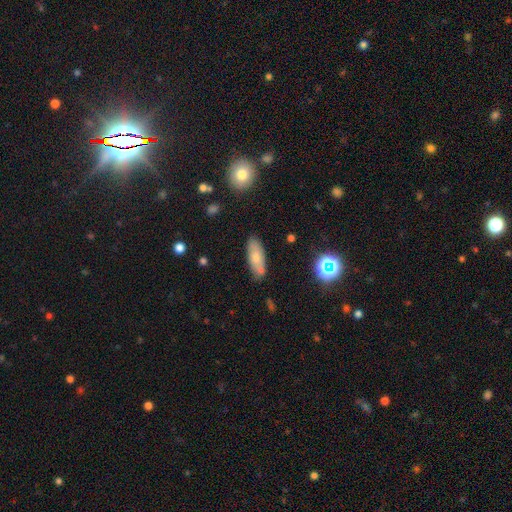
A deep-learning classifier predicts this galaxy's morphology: Q: Smooth or featured?
A: smooth (69%); runner-up: featured or disk (21%)
Q: How rounded?
A: in between (68%); runner-up: cigar-shaped (29%)
Q: Merging?
A: none (75%); runner-up: minor disturbance (14%)